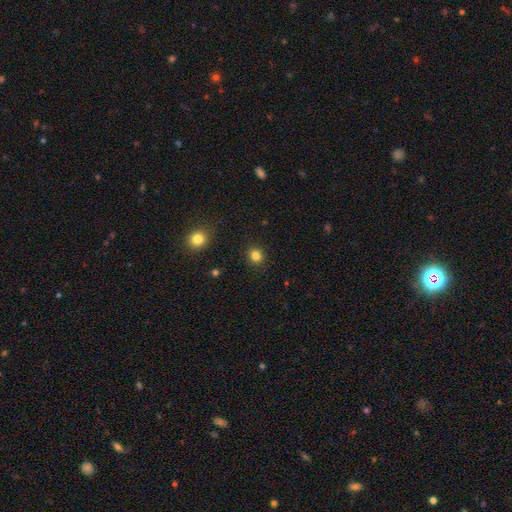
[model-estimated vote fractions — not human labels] Morphology: type=smooth (83%); roundness=round (83%); merging=none (91%).